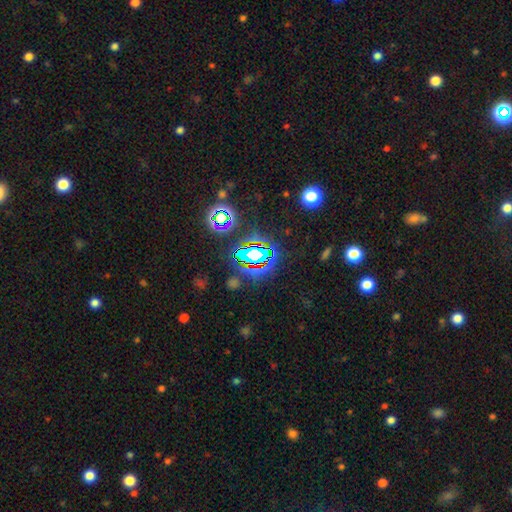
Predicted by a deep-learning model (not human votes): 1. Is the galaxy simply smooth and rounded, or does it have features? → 69% star or artifact, 18% smooth, 13% featured or disk.